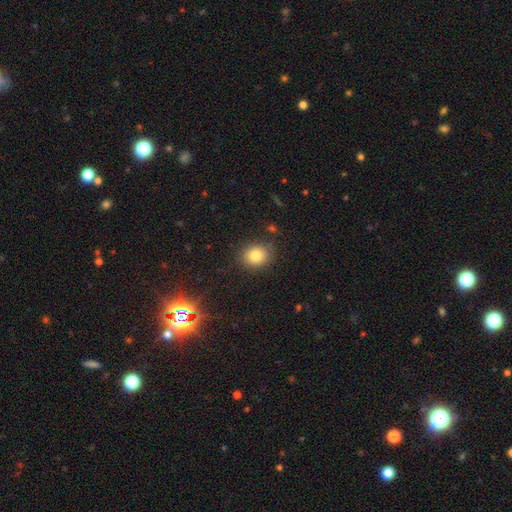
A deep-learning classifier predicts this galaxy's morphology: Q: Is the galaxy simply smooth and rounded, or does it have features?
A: smooth — 80%.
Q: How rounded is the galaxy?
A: round — 69%.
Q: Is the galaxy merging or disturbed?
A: none — 86%.